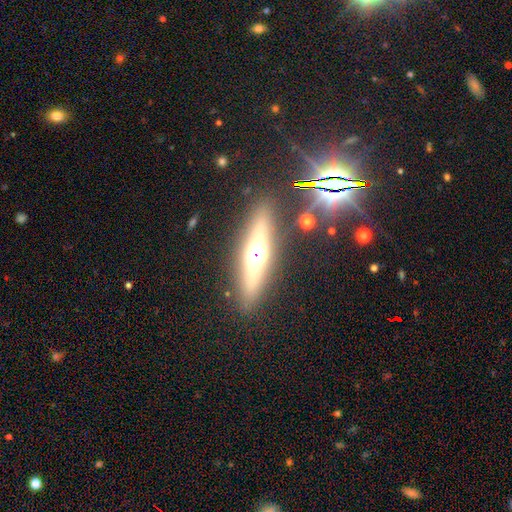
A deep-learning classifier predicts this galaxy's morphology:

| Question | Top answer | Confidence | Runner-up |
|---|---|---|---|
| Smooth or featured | featured or disk | 55% | smooth (29%) |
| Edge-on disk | yes | 89% | no (11%) |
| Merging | none | 87% | minor disturbance (8%) |